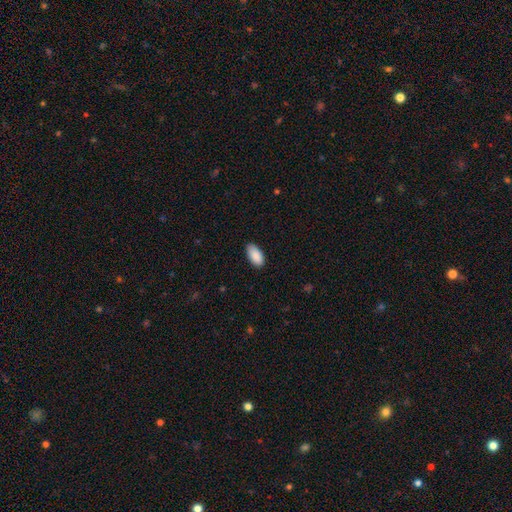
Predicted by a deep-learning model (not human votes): A smooth galaxy with no disk features (90%) that is in between round and cigar-shaped (95%).

Vote fractions:
- Smooth or featured? smooth: 90% / star or artifact: 6% / featured or disk: 4%
- How rounded? in between: 95% / cigar-shaped: 3% / round: 2%
- Merging? none: 84% / minor disturbance: 13% / major disturbance: 2% / merger: 1%